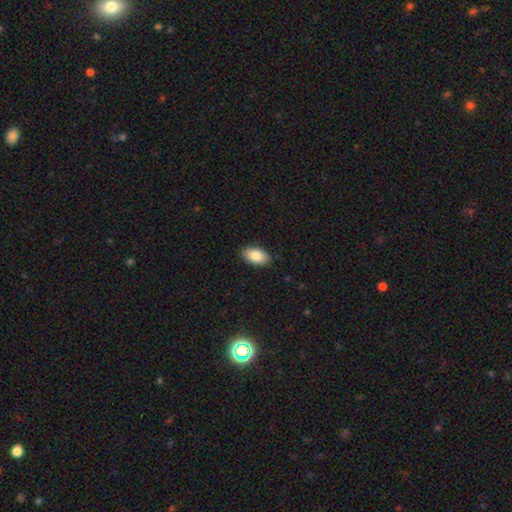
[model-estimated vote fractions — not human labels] This appears to be a smooth galaxy with no disk features (85%) that is in between round and cigar-shaped (94%). Merging: none (88%).